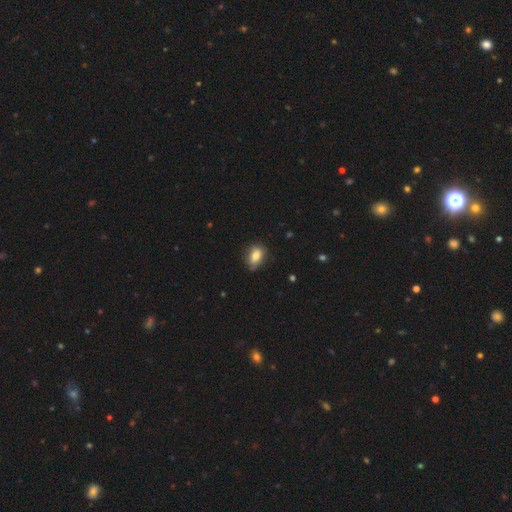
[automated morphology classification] This appears to be a smooth galaxy with no disk features (76%) that is in between round and cigar-shaped (81%). Merging: none (62%).